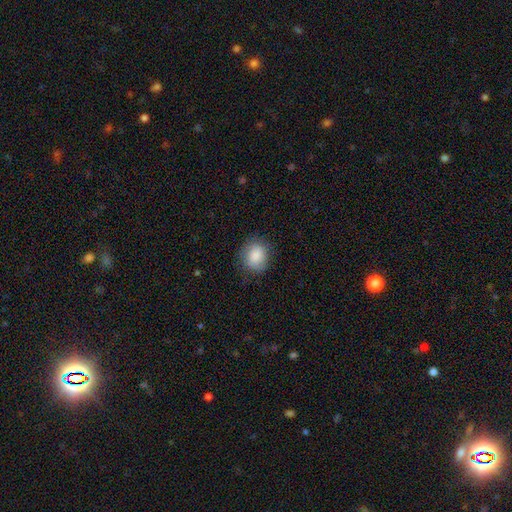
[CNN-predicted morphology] smooth-or-featured: smooth: 87% | star or artifact: 7% | featured or disk: 6%
  how-rounded: round: 67% | in between: 32% | cigar-shaped: 1%
  merging: none: 79% | minor disturbance: 16% | major disturbance: 4% | merger: 1%